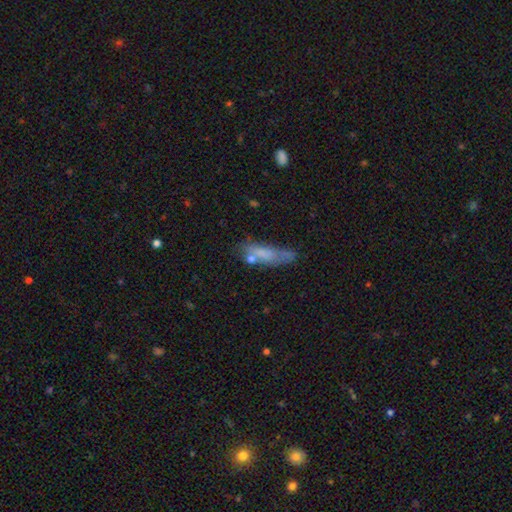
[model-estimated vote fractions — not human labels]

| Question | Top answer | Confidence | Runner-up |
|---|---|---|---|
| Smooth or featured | smooth | 62% | featured or disk (27%) |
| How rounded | cigar-shaped | 55% | in between (42%) |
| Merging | none | 46% | minor disturbance (25%) |